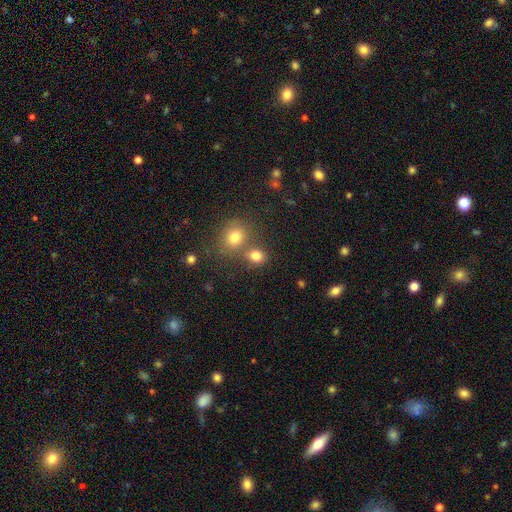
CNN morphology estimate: Q: Smooth or featured?
A: smooth (79%); runner-up: star or artifact (14%)
Q: How rounded?
A: round (68%); runner-up: in between (31%)
Q: Merging?
A: none (56%); runner-up: merger (31%)